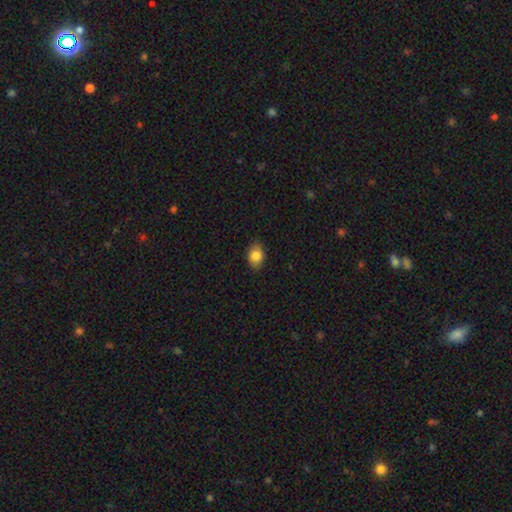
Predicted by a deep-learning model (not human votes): Overall: smooth (84%). How rounded: in between (78%). Merging: none (86%).